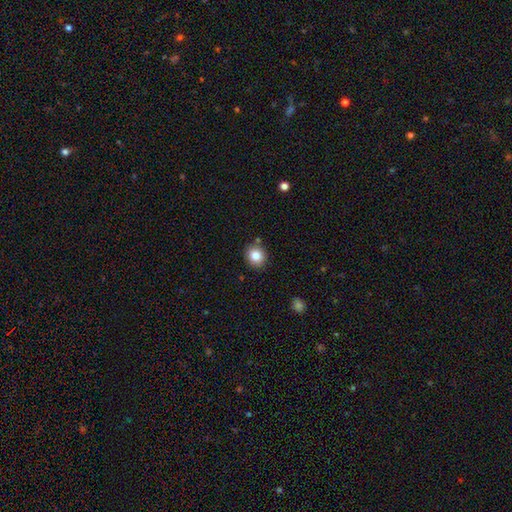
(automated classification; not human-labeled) Smooth or featured? smooth (83%)
How rounded? round (79%)
Merging? none (86%)